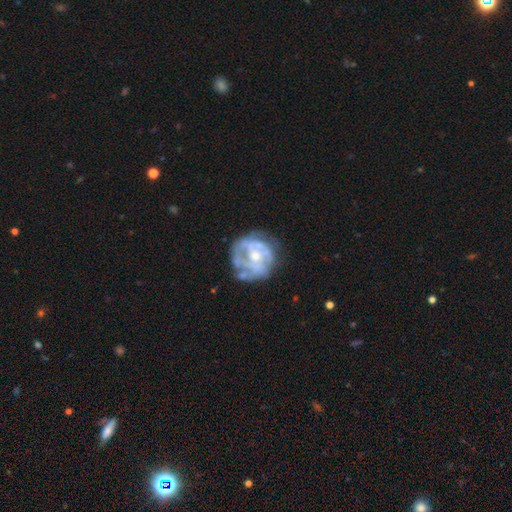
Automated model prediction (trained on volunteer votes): This appears to be a featured or disk galaxy (73%) with no bar (75%), spiral arms (50%, tied with no) and a moderate central bulge (51%). Merging: none (58%).